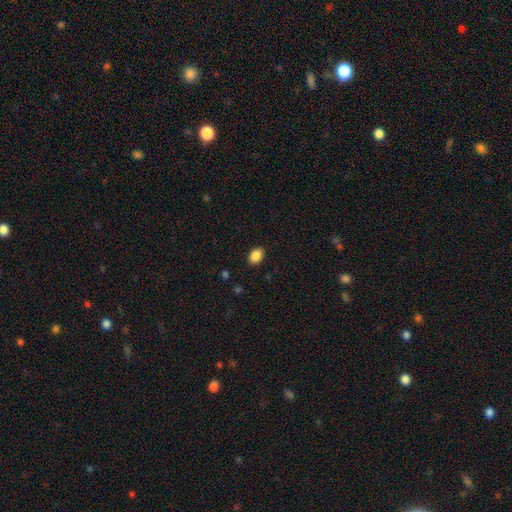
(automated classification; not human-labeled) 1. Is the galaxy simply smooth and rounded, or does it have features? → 88% smooth, 8% star or artifact, 4% featured or disk.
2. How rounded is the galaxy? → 78% in between, 21% round, 1% cigar-shaped.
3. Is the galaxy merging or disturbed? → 89% none, 8% minor disturbance, 2% major disturbance, 1% merger.